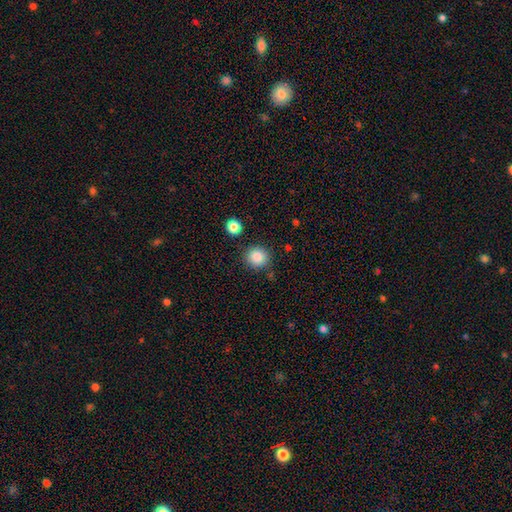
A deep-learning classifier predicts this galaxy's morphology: Q: Smooth or featured?
A: smooth (87%); runner-up: star or artifact (9%)
Q: How rounded?
A: round (88%); runner-up: in between (11%)
Q: Merging?
A: none (84%); runner-up: minor disturbance (9%)